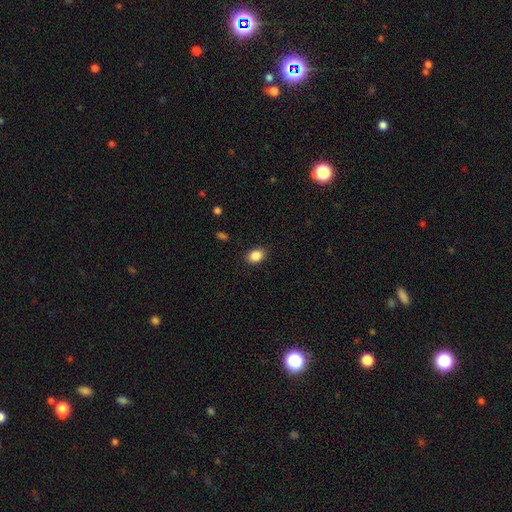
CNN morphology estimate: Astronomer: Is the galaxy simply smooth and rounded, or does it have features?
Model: smooth — 87%.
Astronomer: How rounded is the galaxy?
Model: in between — 69%.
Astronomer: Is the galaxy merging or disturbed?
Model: none — 88%.